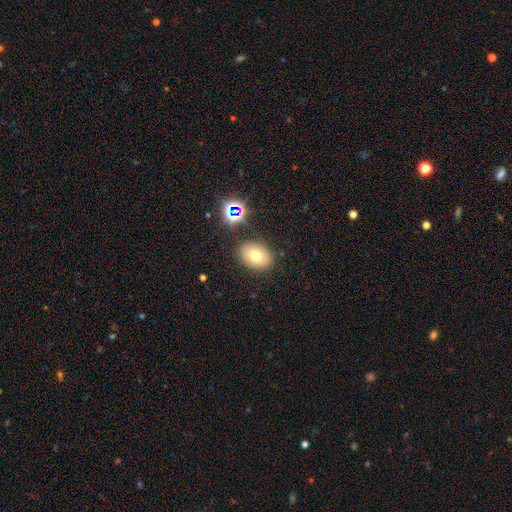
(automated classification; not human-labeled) Smooth or featured? smooth (71%)
How rounded? in between (72%)
Merging? none (83%)